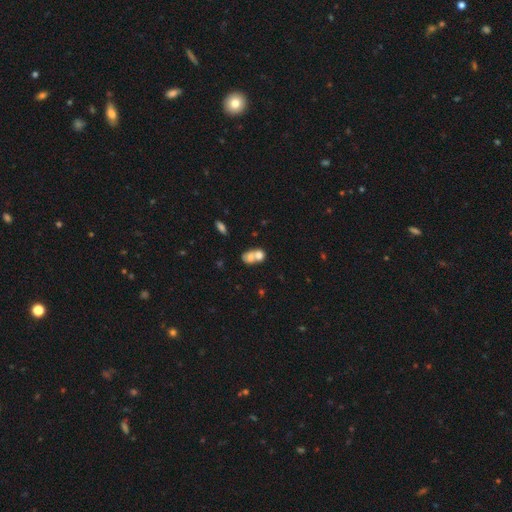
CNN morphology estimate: Smooth or featured? smooth (67%)
How rounded? in between (59%)
Merging? merger (67%)